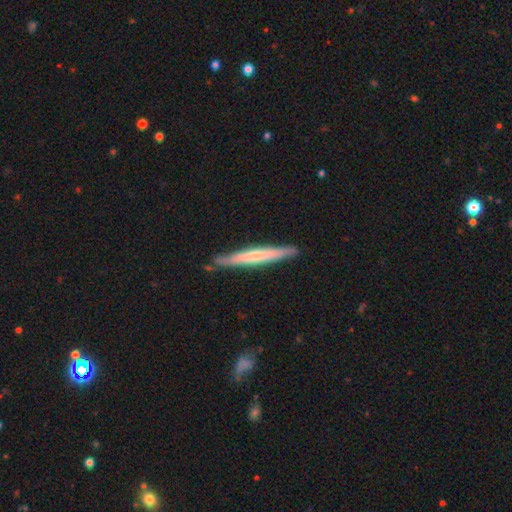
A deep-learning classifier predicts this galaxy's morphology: Smooth or featured?
  - smooth: 51% *
  - featured or disk: 44%
  - star or artifact: 5%
How rounded?
  - cigar-shaped: 96% *
  - in between: 3%
  - round: 1%
Merging?
  - none: 85% *
  - minor disturbance: 12%
  - major disturbance: 2%
  - merger: 2%